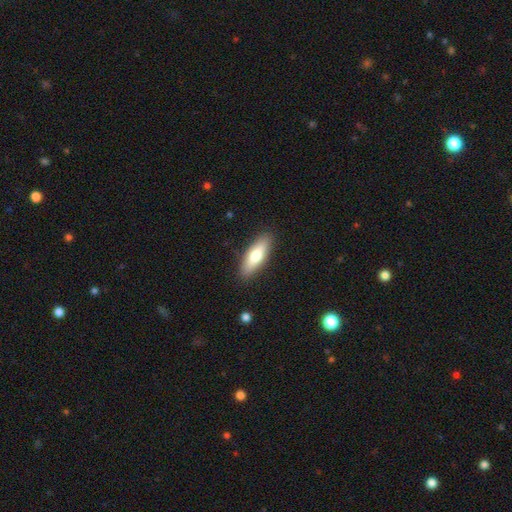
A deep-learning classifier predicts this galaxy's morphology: Smooth or featured? Predicted: smooth (p=0.71). How rounded? Predicted: in between (p=0.55). Merging? Predicted: none (p=0.88).